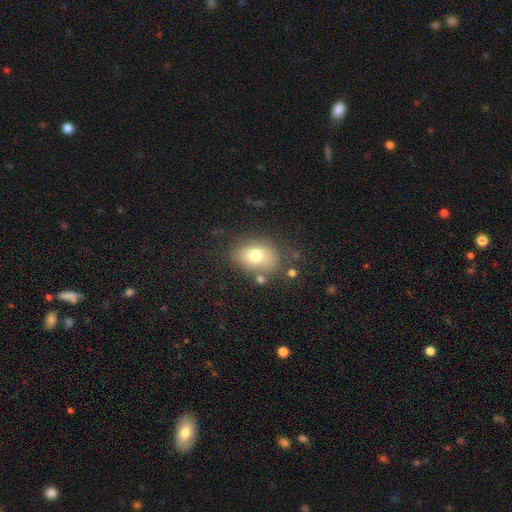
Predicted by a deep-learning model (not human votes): Morphology: type=smooth (74%); roundness=in between (65%); merging=none (72%).